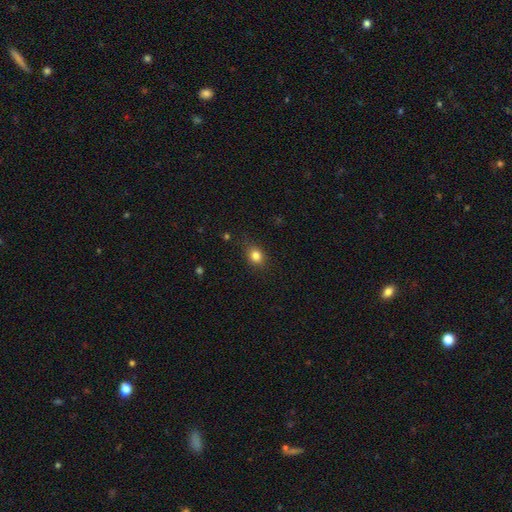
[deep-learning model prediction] Overall: smooth (83%). How rounded: round (56%; in between 42%). Merging: none (82%).